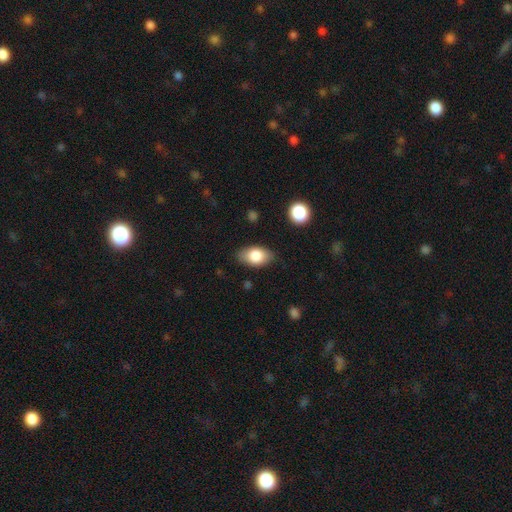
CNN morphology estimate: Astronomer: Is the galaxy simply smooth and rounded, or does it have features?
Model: smooth — 81%.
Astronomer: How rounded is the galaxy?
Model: in between — 91%.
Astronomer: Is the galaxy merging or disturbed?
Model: none — 82%.